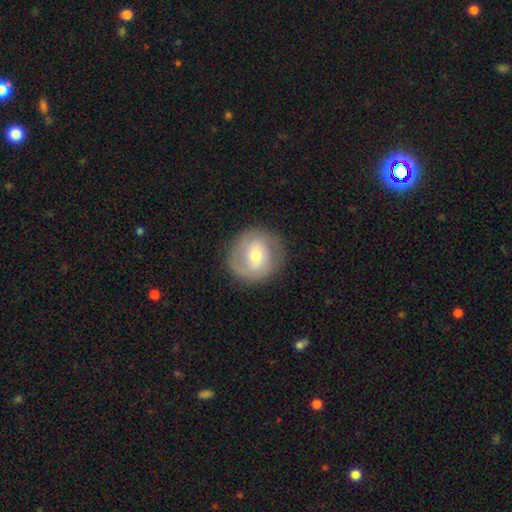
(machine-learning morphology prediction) This is possibly a featured or disk galaxy (55%). It is clearly not viewed edge-on (96%). Bar: marginally weak (43%). Spiral arm pattern: likely yes (69%). Central bulge: possibly moderate (58%). Merging: clearly none (85%).